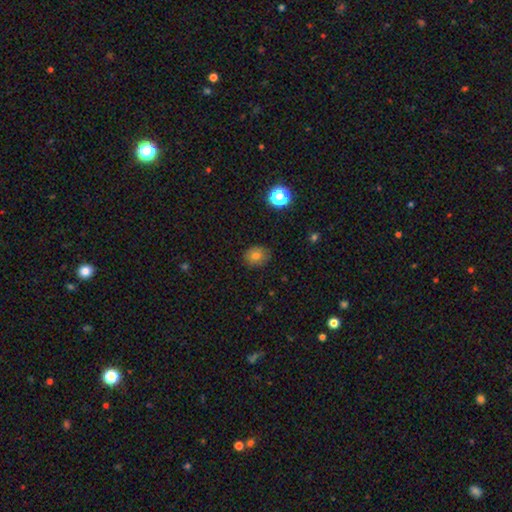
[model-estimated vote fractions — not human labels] Smooth or featured: smooth — 77% (star or artifact — 13%)
How rounded: round — 66% (in between — 33%)
Merging: none — 83% (minor disturbance — 13%)